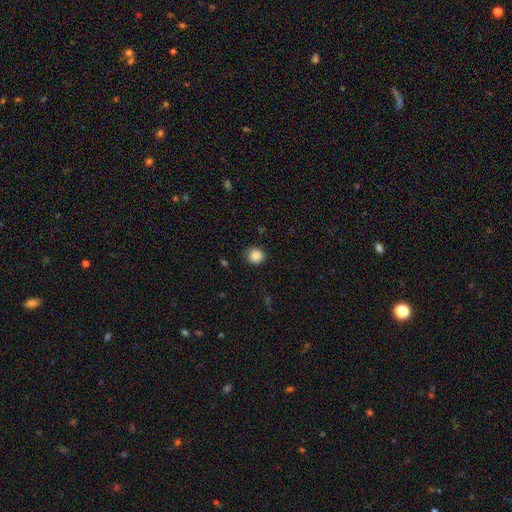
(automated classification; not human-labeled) A smooth galaxy with no disk features (85%) that is round (92%). Merging: none (85%).